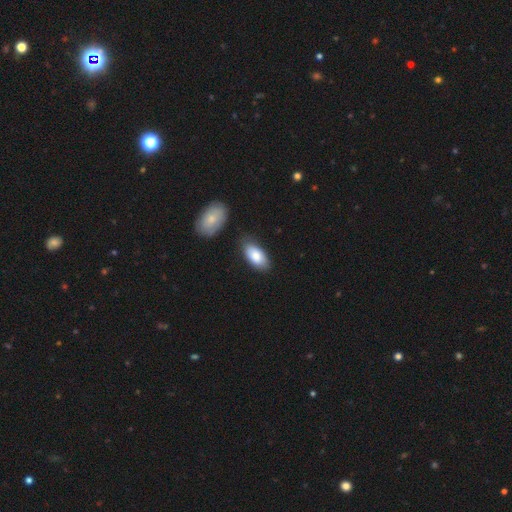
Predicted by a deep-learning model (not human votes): A smooth galaxy with no disk features (82%) that is in between round and cigar-shaped (93%).

Vote fractions:
- Smooth or featured? smooth: 82% / featured or disk: 12% / star or artifact: 6%
- How rounded? in between: 93% / cigar-shaped: 4% / round: 2%
- Merging? none: 75% / minor disturbance: 15% / merger: 6% / major disturbance: 3%